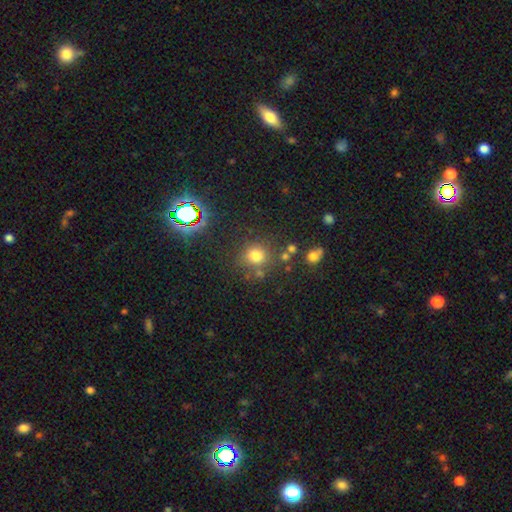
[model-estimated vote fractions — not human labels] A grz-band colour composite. It shows a smooth galaxy with no disk features (72%) that is round (87%). Merging: none (75%).